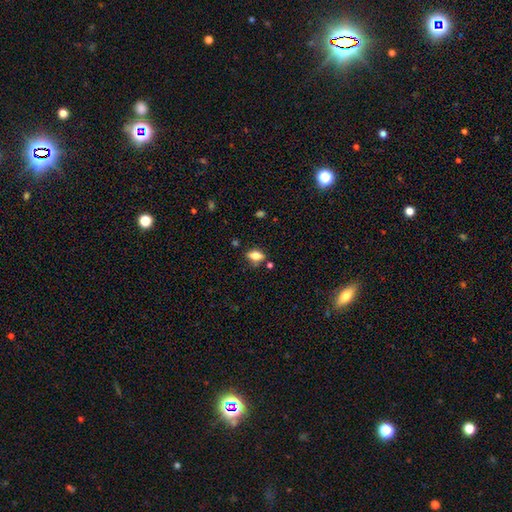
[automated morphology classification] Q: Smooth or featured?
A: smooth (72%); runner-up: featured or disk (18%)
Q: How rounded?
A: in between (82%); runner-up: cigar-shaped (10%)
Q: Merging?
A: none (73%); runner-up: minor disturbance (16%)